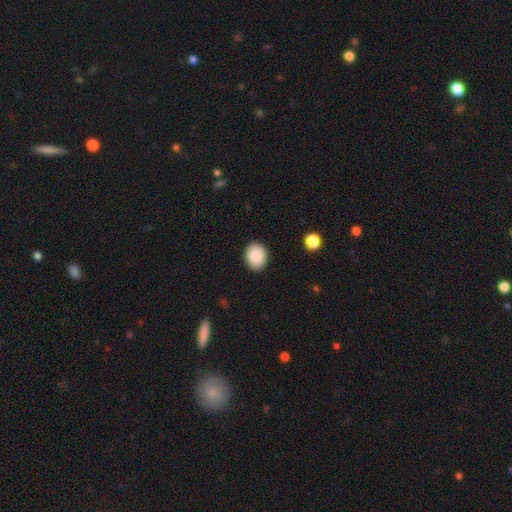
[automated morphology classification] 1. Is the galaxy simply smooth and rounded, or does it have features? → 88% smooth, 8% star or artifact, 5% featured or disk.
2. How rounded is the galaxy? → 60% in between, 39% round, 1% cigar-shaped.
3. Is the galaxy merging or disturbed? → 89% none, 8% minor disturbance, 2% major disturbance, 1% merger.